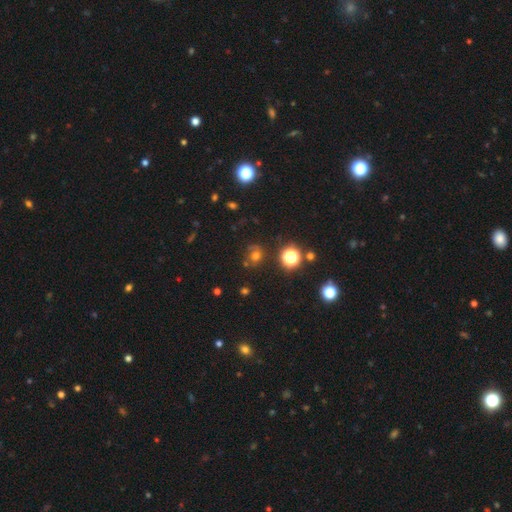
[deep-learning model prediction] Overall: smooth (58%; star or artifact 29%). How rounded: round (79%). Merging: none (66%).